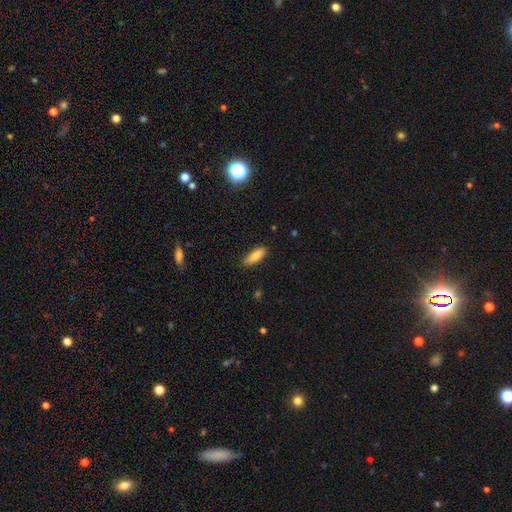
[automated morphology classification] Smooth or featured: smooth — 81% (featured or disk — 12%)
How rounded: in between — 56% (cigar-shaped — 42%)
Merging: none — 85% (minor disturbance — 12%)